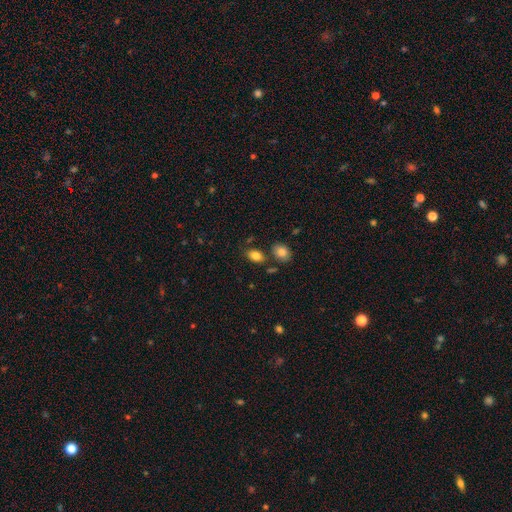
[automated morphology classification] Smooth or featured?
  - smooth: 84% *
  - star or artifact: 9%
  - featured or disk: 7%
How rounded?
  - in between: 81% *
  - round: 17%
  - cigar-shaped: 1%
Merging?
  - none: 73% *
  - minor disturbance: 12%
  - merger: 11%
  - major disturbance: 3%